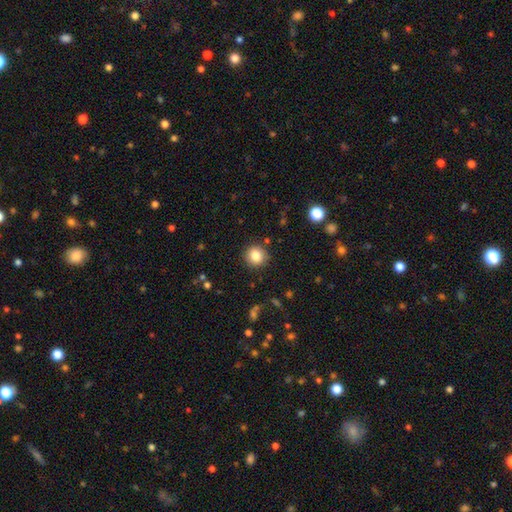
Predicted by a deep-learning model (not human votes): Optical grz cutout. It shows a smooth galaxy with no disk features (83%) that is round (89%). Merging: none (89%).